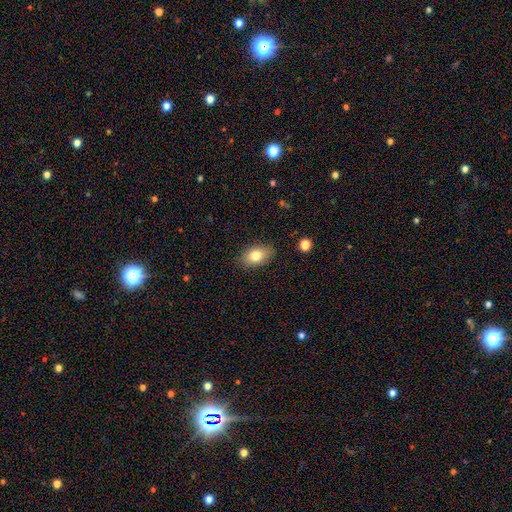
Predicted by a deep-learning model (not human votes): Q: Smooth or featured?
A: smooth (79%); runner-up: featured or disk (13%)
Q: How rounded?
A: in between (87%); runner-up: round (11%)
Q: Merging?
A: none (85%); runner-up: minor disturbance (11%)